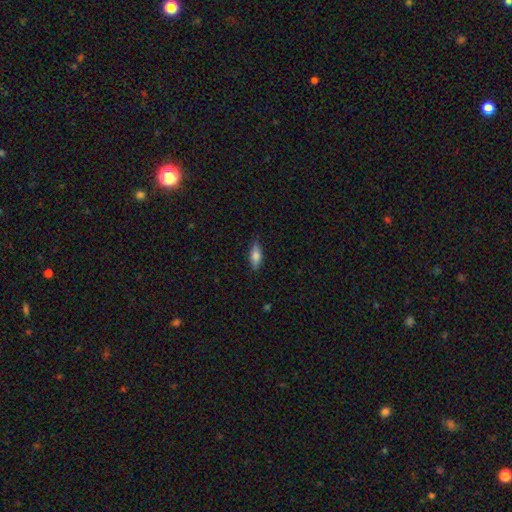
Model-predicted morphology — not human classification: This appears to be a smooth galaxy with no disk features (79%) that is in between round and cigar-shaped (72%). Merging: none (83%).